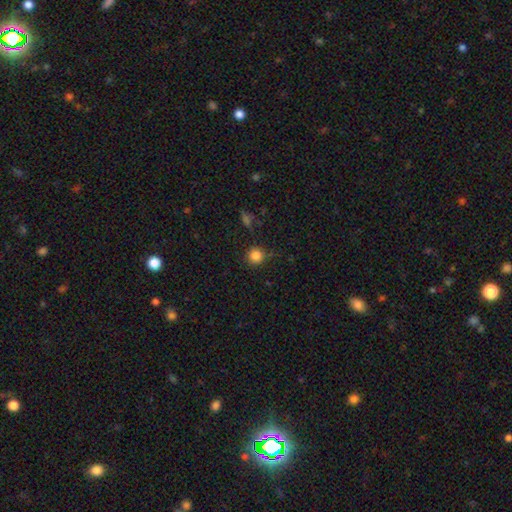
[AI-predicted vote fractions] A smooth galaxy with no disk features (84%) that is round (94%). Merging: none (84%).